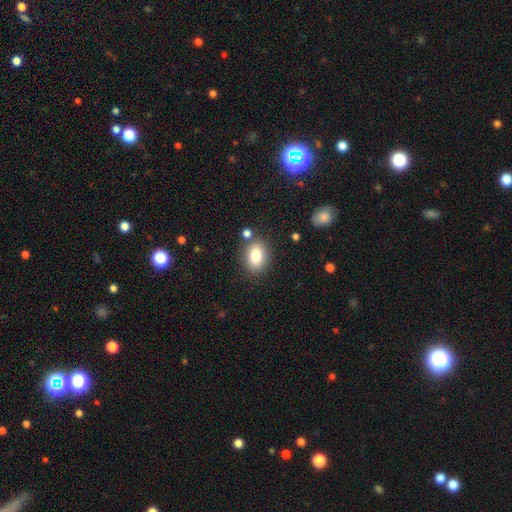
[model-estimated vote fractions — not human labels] Q: Smooth or featured?
A: smooth (81%); runner-up: featured or disk (9%)
Q: How rounded?
A: in between (68%); runner-up: round (31%)
Q: Merging?
A: none (79%); runner-up: minor disturbance (11%)